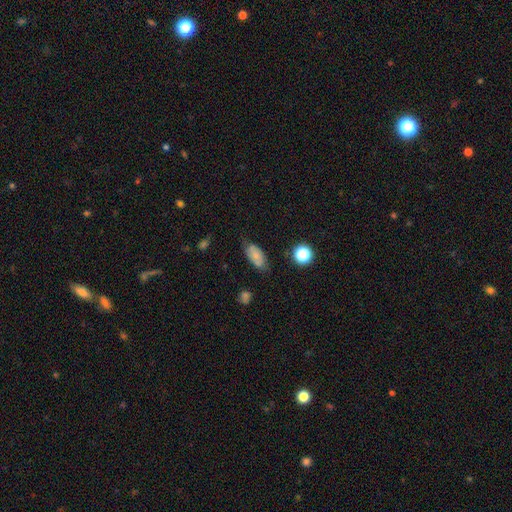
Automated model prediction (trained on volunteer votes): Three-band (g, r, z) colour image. It shows a smooth galaxy with no disk features (70%) that is in between round and cigar-shaped (90%). Merging: none (65%).